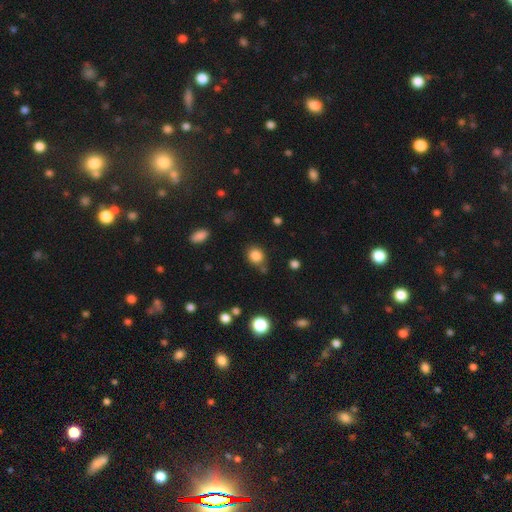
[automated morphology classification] This is clearly a smooth galaxy (84%). How rounded: likely round (75%). Merging: likely none (73%).